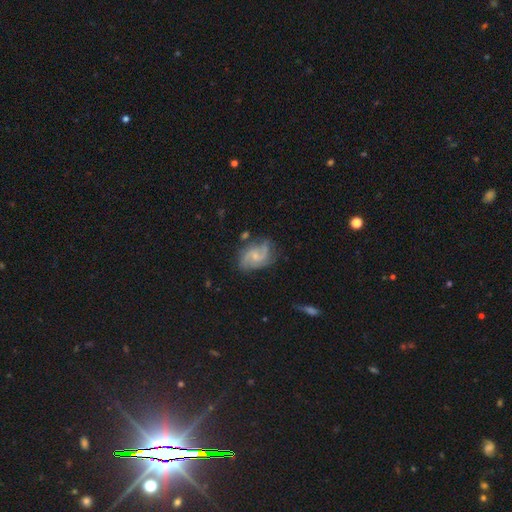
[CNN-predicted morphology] A featured or disk galaxy (82%) with no bar (54%), 2 (58%) medium (50%) spiral arms (96%) and a small central bulge (66%). Merging: none (67%).